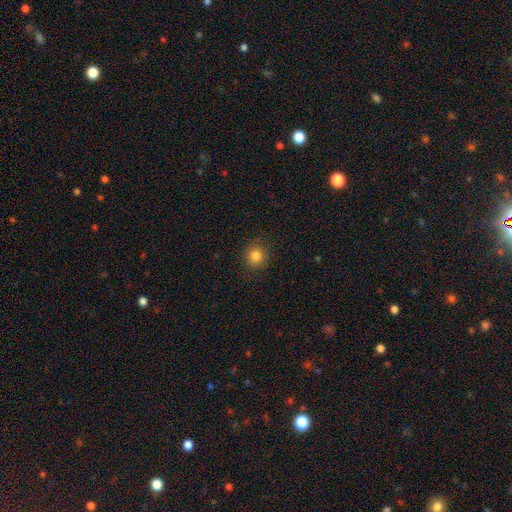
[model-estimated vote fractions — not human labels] Smooth or featured? smooth (83%)
How rounded? round (83%)
Merging? none (88%)